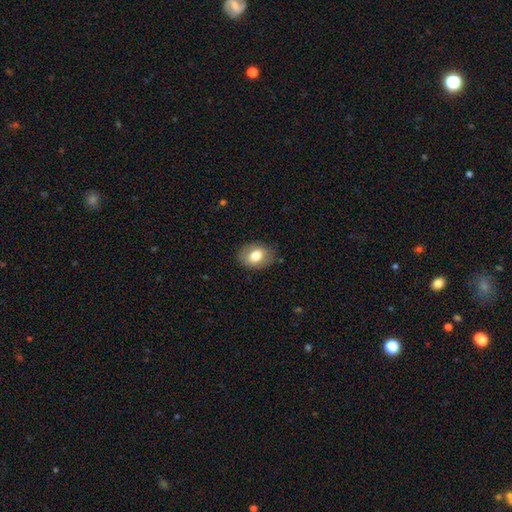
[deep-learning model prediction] smooth 76%, featured or disk 17%, star or artifact 8%. Down the decision tree: how rounded — in between (74%); merging — none (83%).